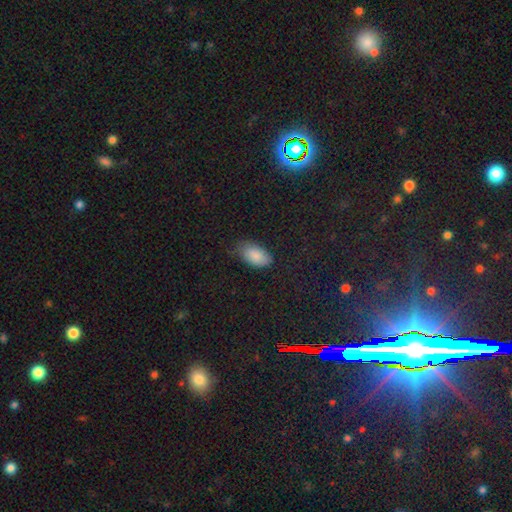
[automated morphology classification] Smooth or featured?
  - smooth: 87% *
  - star or artifact: 8%
  - featured or disk: 5%
How rounded?
  - in between: 94% *
  - round: 3%
  - cigar-shaped: 2%
Merging?
  - none: 69% *
  - minor disturbance: 25%
  - major disturbance: 5%
  - merger: 1%